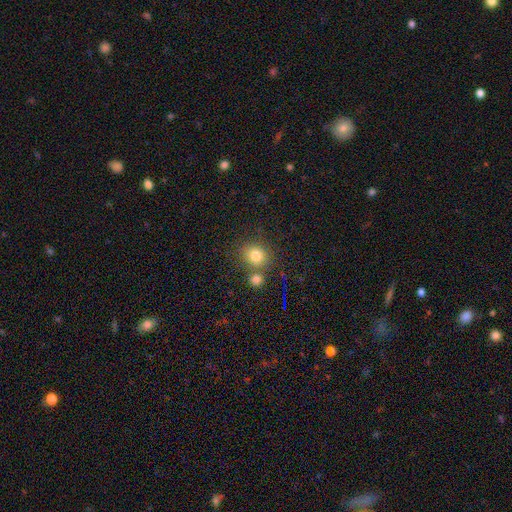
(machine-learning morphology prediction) smooth_or_featured: smooth (p=0.78) [alt: star or artifact p=0.14]
how_rounded: round (p=0.81) [alt: in between p=0.18]
merging: none (p=0.65) [alt: merger p=0.22]